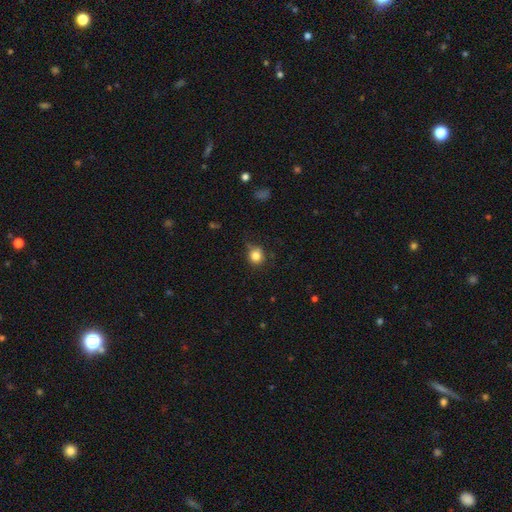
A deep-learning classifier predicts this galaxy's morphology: smooth 83%, star or artifact 11%, featured or disk 6%. Down the decision tree: how rounded — round (85%); merging — none (75%).